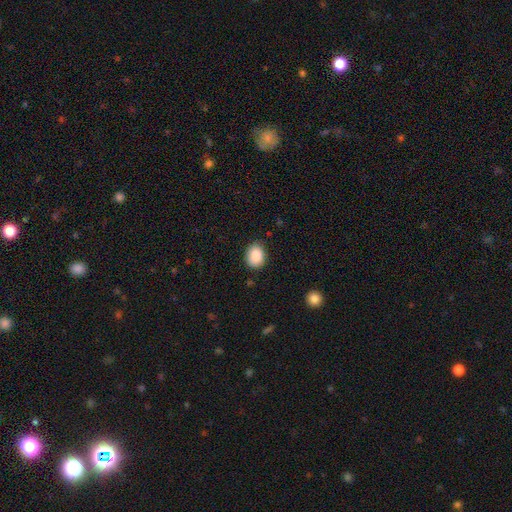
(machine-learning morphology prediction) This appears to be a smooth galaxy with no disk features (88%) that is in between round and cigar-shaped (55%). Merging: none (83%).